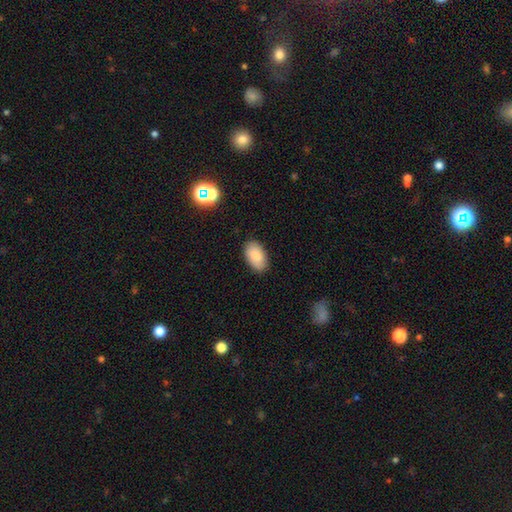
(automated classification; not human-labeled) A smooth galaxy with no disk features (85%) that is in between round and cigar-shaped (94%). Merging: none (86%).